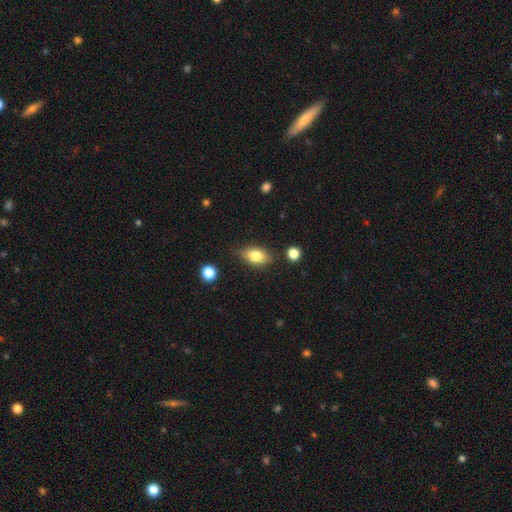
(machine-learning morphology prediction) smooth_or_featured: smooth (p=0.76) [alt: featured or disk p=0.16]
how_rounded: in between (p=0.86) [alt: round p=0.08]
merging: none (p=0.81) [alt: minor disturbance p=0.13]